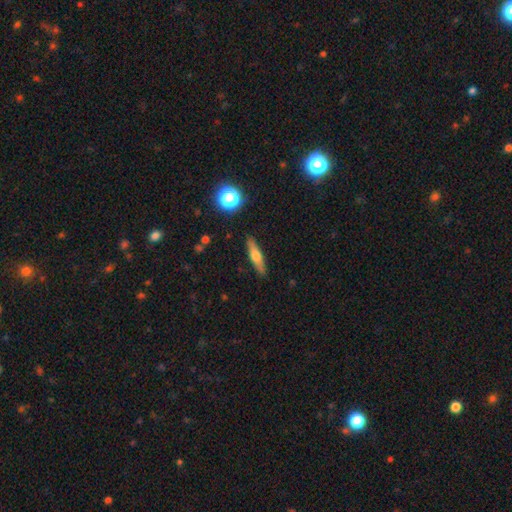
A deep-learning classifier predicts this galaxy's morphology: This appears to be a smooth galaxy with no disk features (49%). Merging: none (88%).